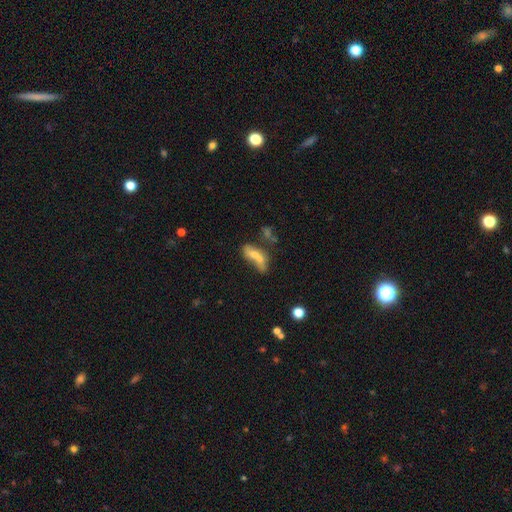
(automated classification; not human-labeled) This is possibly a smooth galaxy (55%). How rounded: likely in between (70%). Merging: possibly merger (54%).